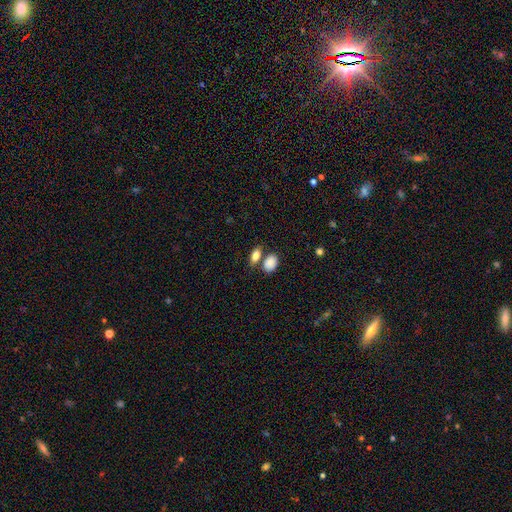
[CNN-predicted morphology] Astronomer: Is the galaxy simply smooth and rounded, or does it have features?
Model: smooth — 86%.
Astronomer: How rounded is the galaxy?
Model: in between — 86%.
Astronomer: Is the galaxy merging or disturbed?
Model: none — 54% (runner-up: merger, 31%).